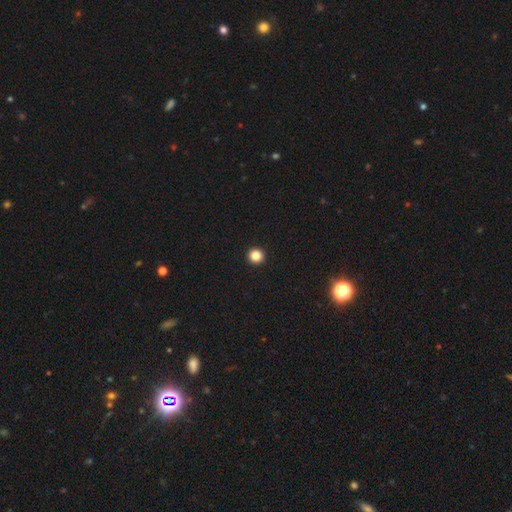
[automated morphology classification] Smooth or featured: smooth — 85% (star or artifact — 12%)
How rounded: round — 95% (in between — 4%)
Merging: none — 94% (minor disturbance — 3%)